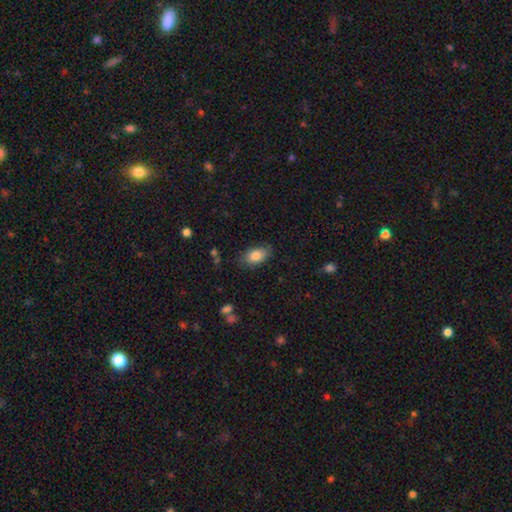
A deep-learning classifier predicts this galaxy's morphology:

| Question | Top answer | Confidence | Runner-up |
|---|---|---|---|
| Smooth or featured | smooth | 84% | featured or disk (9%) |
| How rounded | in between | 92% | round (6%) |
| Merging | none | 78% | minor disturbance (16%) |